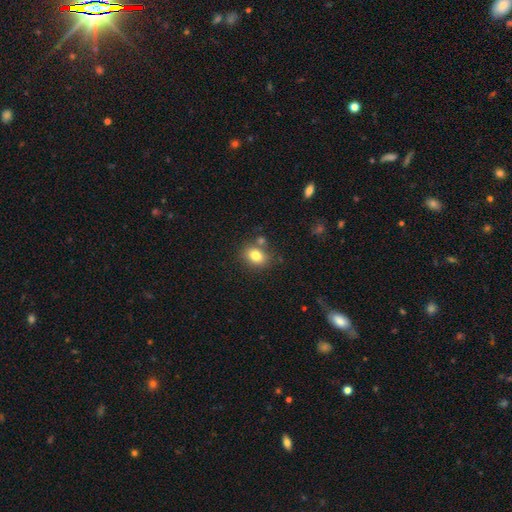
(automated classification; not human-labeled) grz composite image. It shows a smooth galaxy with no disk features (81%) that is in between round and cigar-shaped (57%). Merging: none (71%).